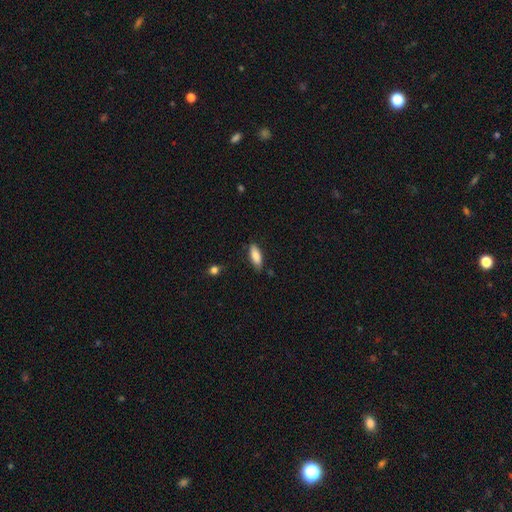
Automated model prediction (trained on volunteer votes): Smooth or featured?
  - smooth: 83% *
  - featured or disk: 11%
  - star or artifact: 6%
How rounded?
  - in between: 73% *
  - cigar-shaped: 25%
  - round: 2%
Merging?
  - none: 82% *
  - minor disturbance: 14%
  - major disturbance: 2%
  - merger: 2%